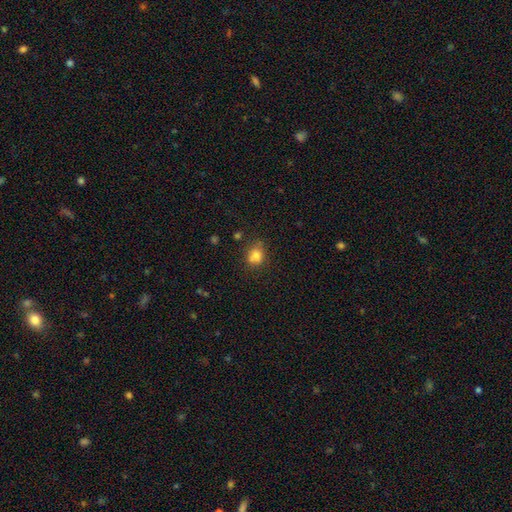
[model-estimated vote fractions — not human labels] Overall: smooth (78%). How rounded: round (59%; in between 40%). Merging: none (60%; minor disturbance 21%).